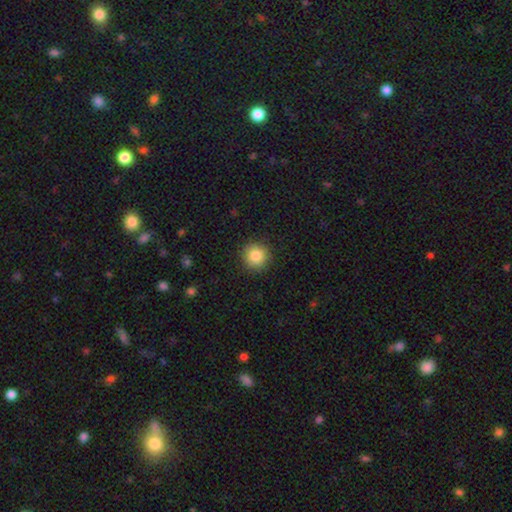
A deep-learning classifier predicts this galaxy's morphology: This is clearly a smooth galaxy (84%). How rounded: clearly round (94%). Merging: clearly none (91%).